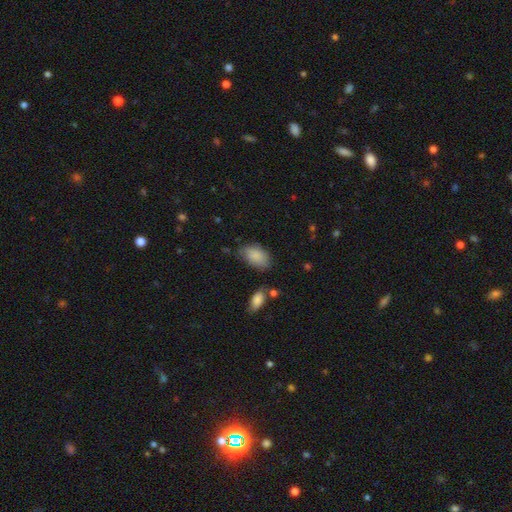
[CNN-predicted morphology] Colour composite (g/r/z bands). It shows a smooth galaxy with no disk features (85%) that is in between round and cigar-shaped (92%). Merging: none (63%).